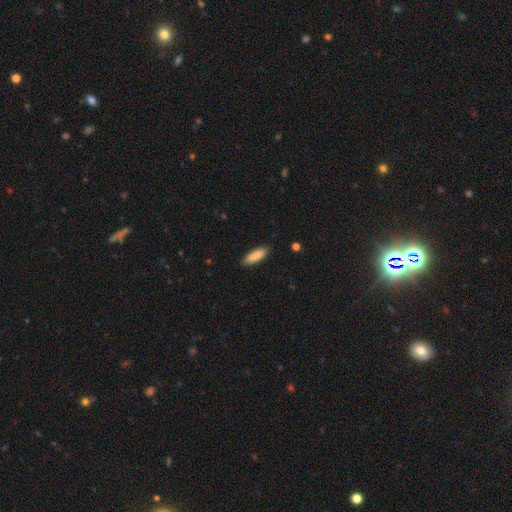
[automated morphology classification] A smooth galaxy with no disk features (88%) that is in between round and cigar-shaped (52%). Merging: none (87%).